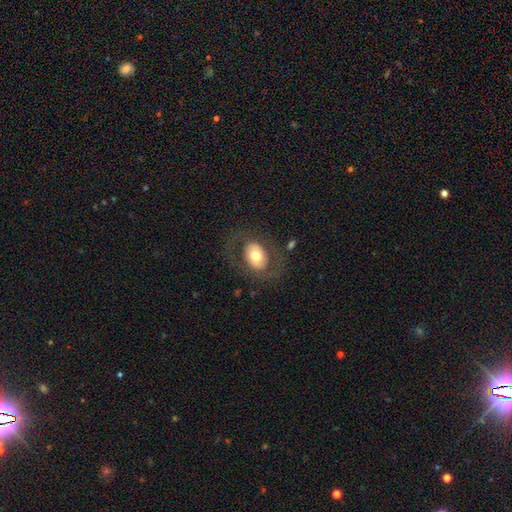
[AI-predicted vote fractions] Smooth or featured? Predicted: smooth (p=0.54). How rounded? Predicted: in between (p=0.72). Merging? Predicted: none (p=0.72).